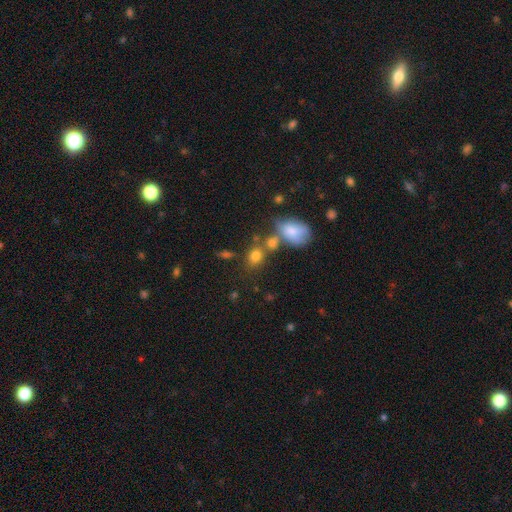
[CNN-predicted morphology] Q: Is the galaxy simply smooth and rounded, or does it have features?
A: smooth — 78%.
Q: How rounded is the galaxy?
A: in between — 52%.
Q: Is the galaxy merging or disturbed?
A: none — 53%.